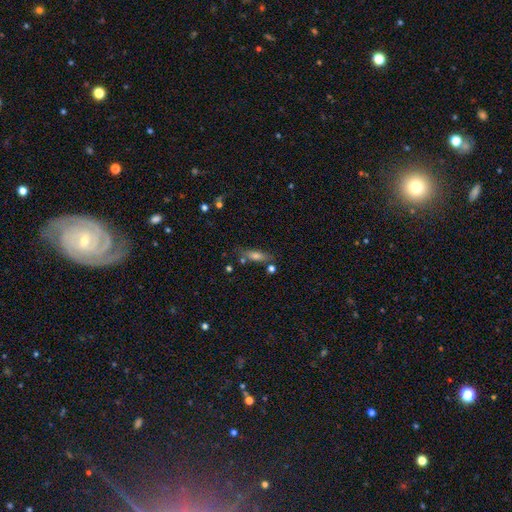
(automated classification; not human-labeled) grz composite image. It shows a smooth galaxy with no disk features (54%) that is cigar-shaped (53%). Merging: none (70%).